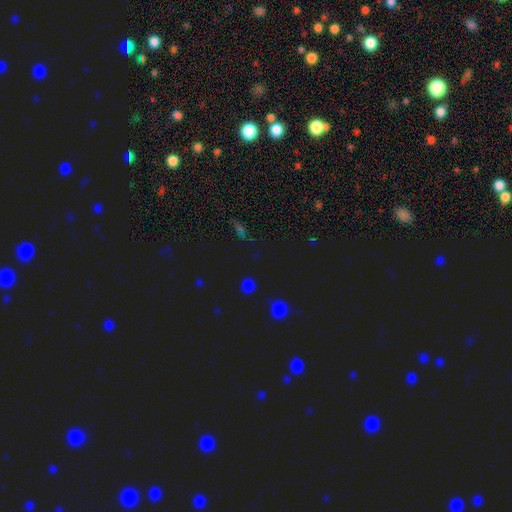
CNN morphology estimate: This appears to be a star or artifact, not a galaxy (48%).